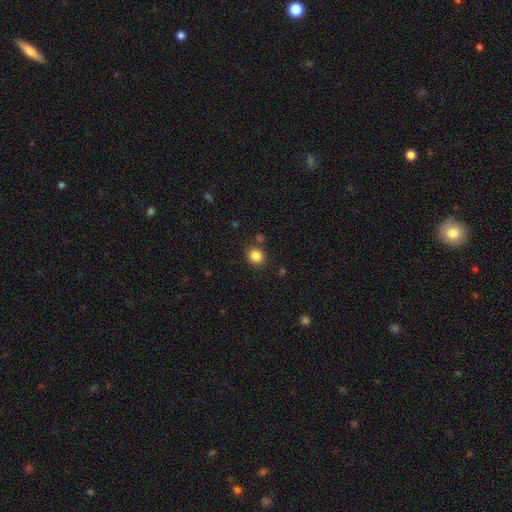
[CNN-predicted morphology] Smooth or featured? Predicted: smooth (p=0.84). How rounded? Predicted: round (p=0.82). Merging? Predicted: none (p=0.82).